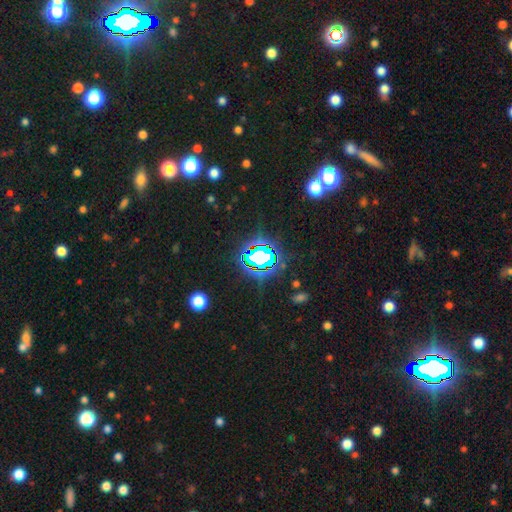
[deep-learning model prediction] The model was most divided on "smooth or featured": star or artifact: 73%, smooth: 16%, featured or disk: 11%.